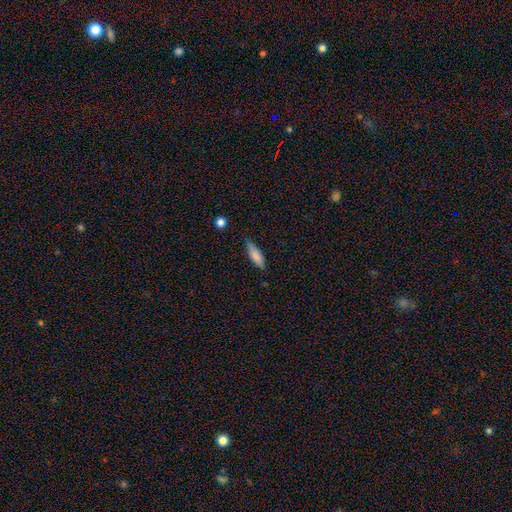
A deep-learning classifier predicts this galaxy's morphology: Smooth or featured?
  - smooth: 82% *
  - featured or disk: 11%
  - star or artifact: 7%
How rounded?
  - in between: 50% *
  - cigar-shaped: 48%
  - round: 2%
Merging?
  - none: 76% *
  - minor disturbance: 19%
  - major disturbance: 3%
  - merger: 2%